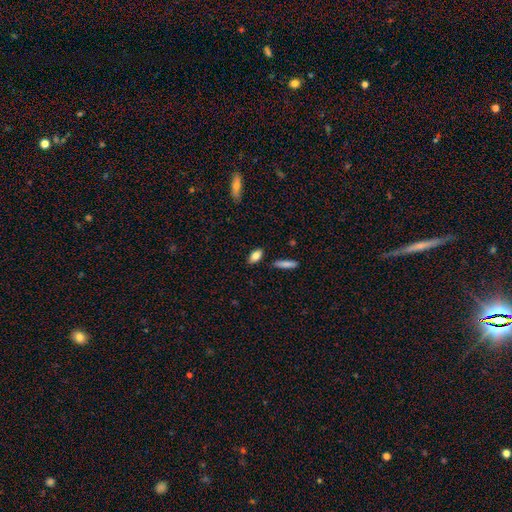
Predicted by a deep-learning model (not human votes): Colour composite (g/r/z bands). It shows a smooth galaxy with no disk features (82%) that is in between round and cigar-shaped (84%). Merging: none (83%).